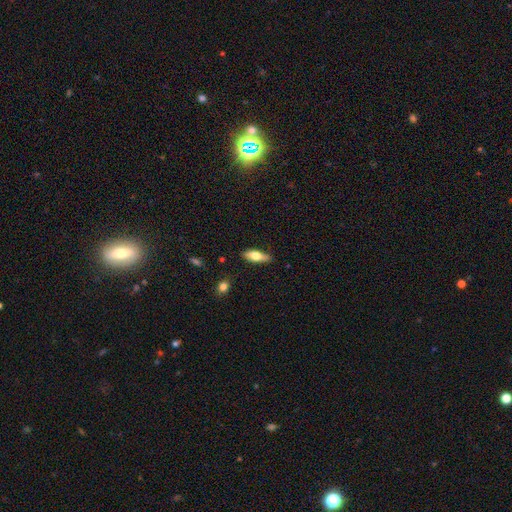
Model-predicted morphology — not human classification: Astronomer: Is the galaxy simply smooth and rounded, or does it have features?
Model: smooth — 64%.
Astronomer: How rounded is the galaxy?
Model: in between — 63%.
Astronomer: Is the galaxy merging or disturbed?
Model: none — 83%.